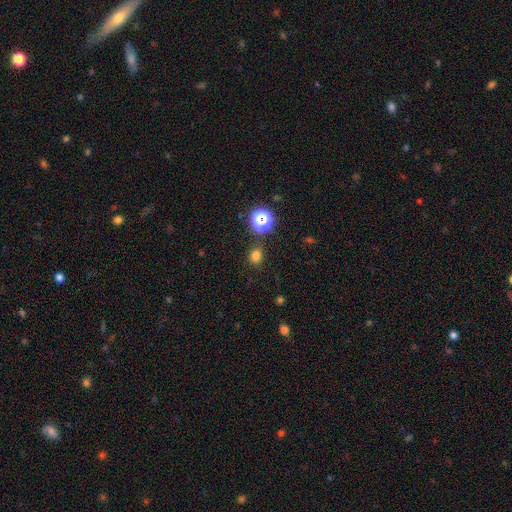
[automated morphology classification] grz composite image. It shows a smooth galaxy with no disk features (75%) that is round (66%). Merging: none (81%).